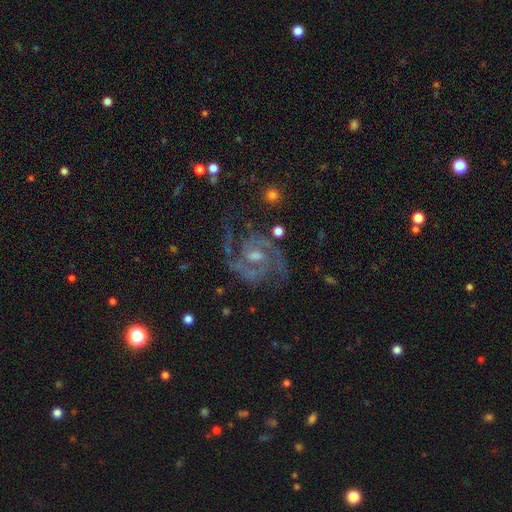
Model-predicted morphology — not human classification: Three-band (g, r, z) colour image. It shows a featured or disk galaxy (90%) with a weak bar (49%), 2 (81%) medium (54%) spiral arms (97%) and a moderate central bulge (53%). Merging: none (68%).